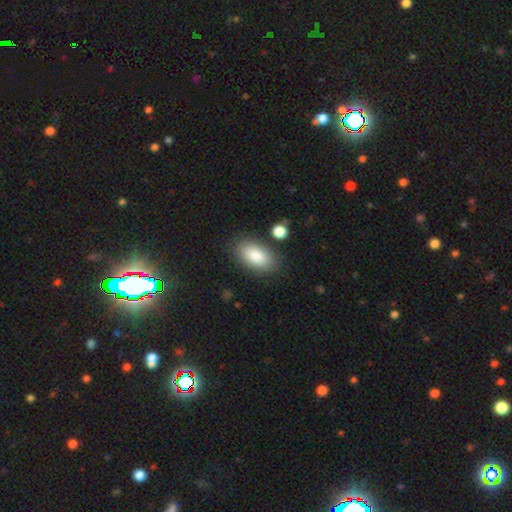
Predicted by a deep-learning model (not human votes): A smooth galaxy with no disk features (86%) that is in between round and cigar-shaped (94%).

Vote fractions:
- Smooth or featured? smooth: 86% / featured or disk: 7% / star or artifact: 6%
- How rounded? in between: 94% / round: 4% / cigar-shaped: 2%
- Merging? none: 83% / minor disturbance: 10% / merger: 4% / major disturbance: 3%